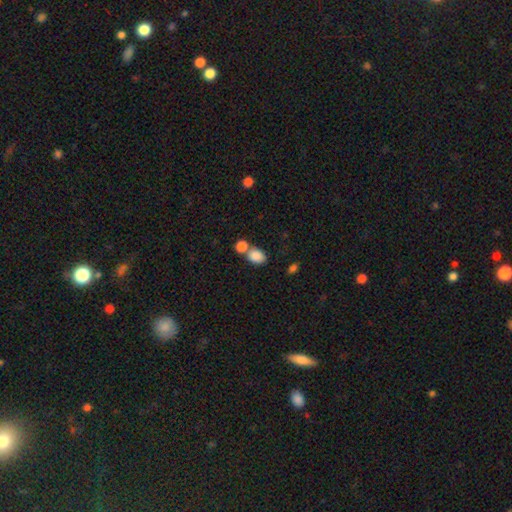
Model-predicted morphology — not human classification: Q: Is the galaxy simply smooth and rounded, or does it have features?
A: smooth — 86%.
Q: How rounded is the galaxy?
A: in between — 73%.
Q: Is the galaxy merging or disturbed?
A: none — 45%.